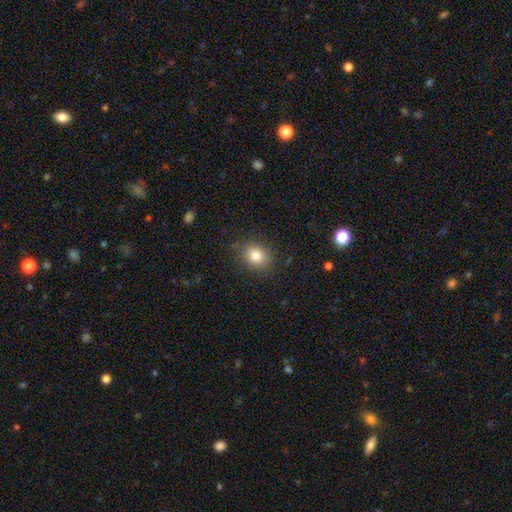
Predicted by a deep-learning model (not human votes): This is clearly a smooth galaxy (82%). How rounded: likely round (61%). Merging: clearly none (84%).